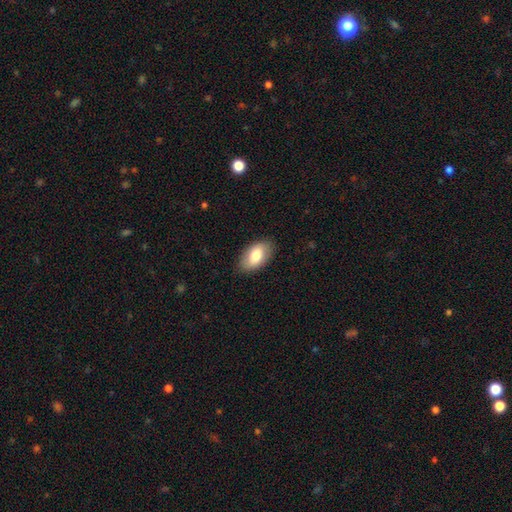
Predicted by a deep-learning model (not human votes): Smooth or featured? smooth (76%)
How rounded? in between (94%)
Merging? none (85%)